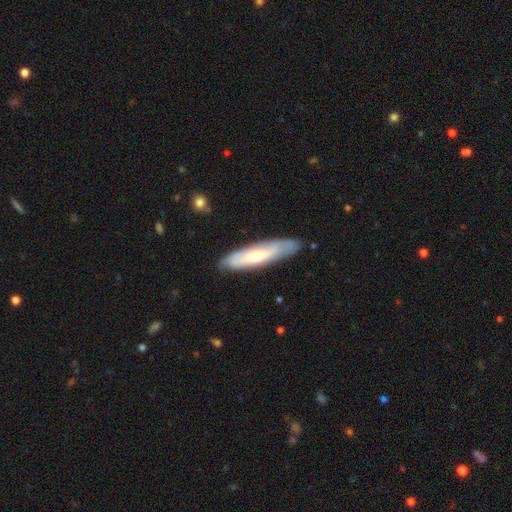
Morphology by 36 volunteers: This is likely a featured or disk galaxy (64%). It is possibly viewed edge-on (57%). Edge-on bulge: likely rounded (69%). Merging: clearly none (91%).